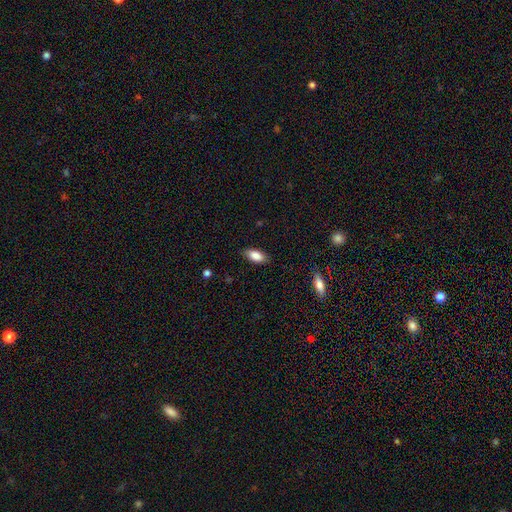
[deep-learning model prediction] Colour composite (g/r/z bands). It shows a smooth galaxy with no disk features (86%) that is in between round and cigar-shaped (88%). Merging: none (85%).